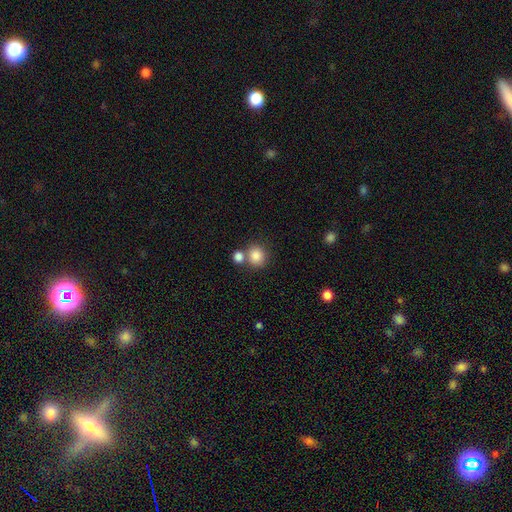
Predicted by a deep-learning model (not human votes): Smooth or featured: smooth — 84% (star or artifact — 10%)
How rounded: round — 82% (in between — 17%)
Merging: none — 58% (merger — 30%)